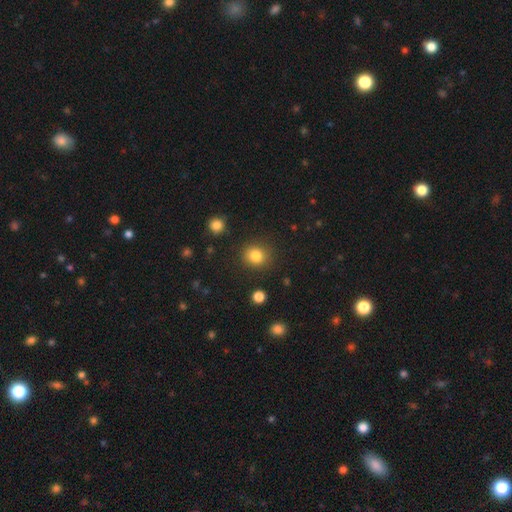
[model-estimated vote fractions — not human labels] Overall: smooth (83%). How rounded: round (81%). Merging: none (88%).